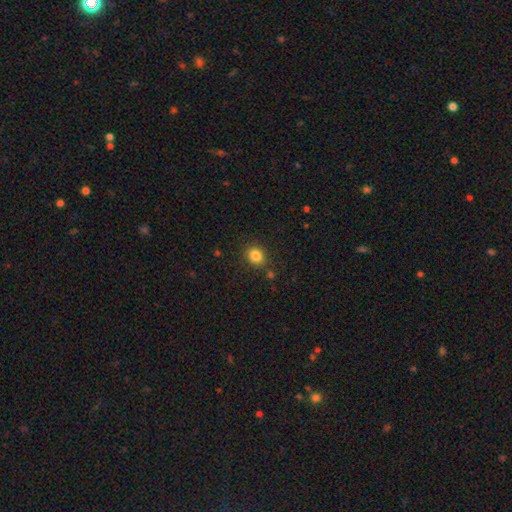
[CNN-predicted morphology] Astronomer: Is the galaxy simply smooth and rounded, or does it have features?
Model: smooth — 84%.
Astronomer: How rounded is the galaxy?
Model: round — 64%.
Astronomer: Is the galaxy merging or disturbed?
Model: none — 85%.